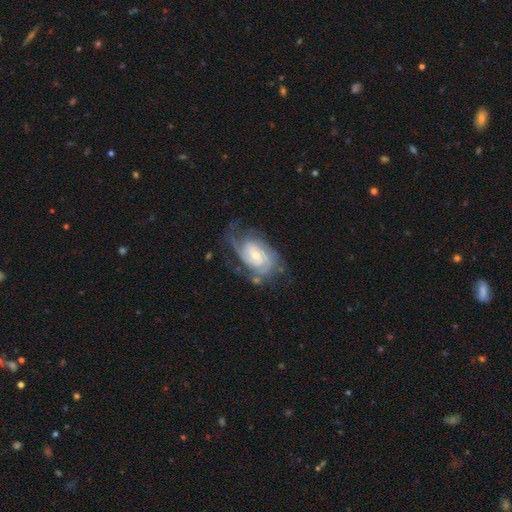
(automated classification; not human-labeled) A featured or disk galaxy (86%) with no bar (47%), 2 (39%) tight (61%) spiral arms (97%) and a small central bulge (52%).

Vote fractions:
- Smooth or featured? featured or disk: 86% / smooth: 9% / star or artifact: 5%
- Edge-on disk? no: 97% / yes: 3%
- Bar? no: 47% / weak: 44% / strong: 9%
- Spiral arms? yes: 97% / no: 3%
- Spiral winding? tight: 61% / medium: 32% / loose: 7%
- Spiral arm count? 2: 39% / can't tell: 25% / 3: 21% / 4: 7% / 1: 5% / more than 4: 4%
- Bulge size? small: 52% / moderate: 42% / large: 3% / none: 2% / dominant: 1%
- Merging? none: 57% / minor disturbance: 23% / major disturbance: 17% / merger: 3%